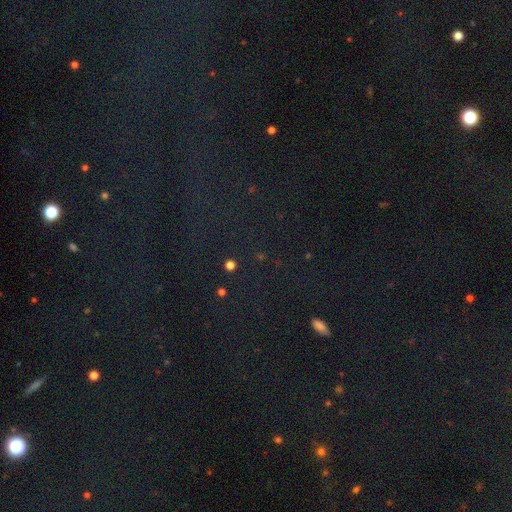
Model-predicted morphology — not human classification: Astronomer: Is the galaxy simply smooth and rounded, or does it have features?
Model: star or artifact — 82%.